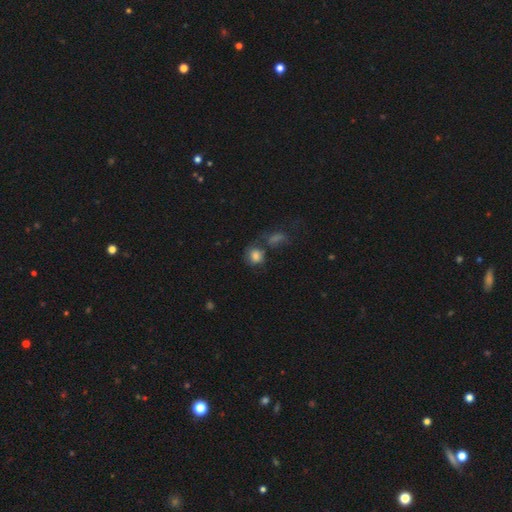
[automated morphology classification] The model was most divided on "merging": none: 43%, merger: 29%, minor disturbance: 16%, major disturbance: 12%. More confident: smooth or featured — smooth (75%); how rounded — round (69%).